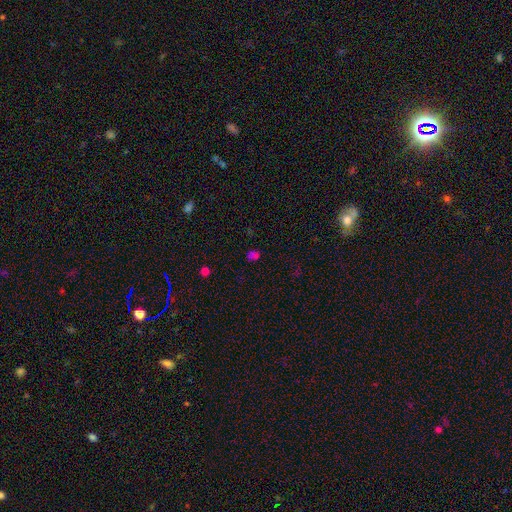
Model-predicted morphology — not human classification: This is possibly a smooth galaxy (53%). How rounded: possibly in between (51%). Merging: likely none (71%).